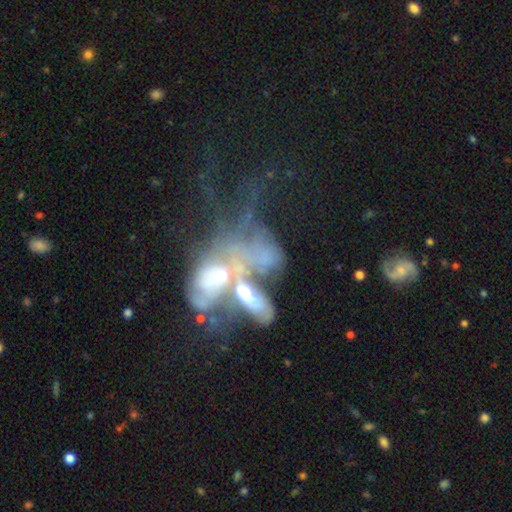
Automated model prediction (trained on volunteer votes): This is likely a featured or disk galaxy (62%). It is clearly not viewed edge-on (92%). Bar: likely no (80%). Spiral arm pattern: likely no (66%). Central bulge: possibly moderate (46%). Merging: likely merger (67%).